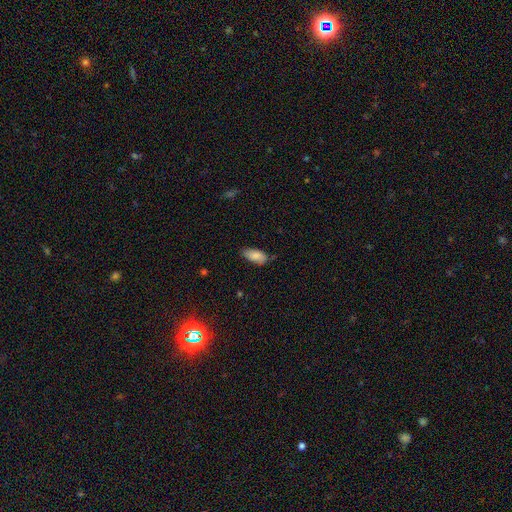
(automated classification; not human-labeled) Smooth or featured? smooth (85%)
How rounded? in between (92%)
Merging? none (71%)